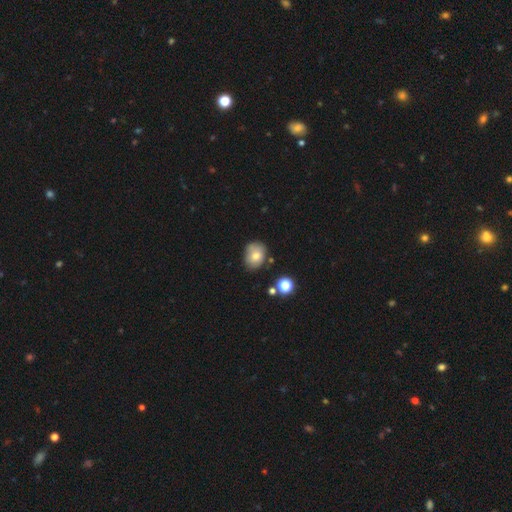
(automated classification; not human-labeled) Smooth or featured: smooth — 70% (featured or disk — 19%)
How rounded: in between — 50% (round — 49%)
Merging: none — 68% (minor disturbance — 22%)